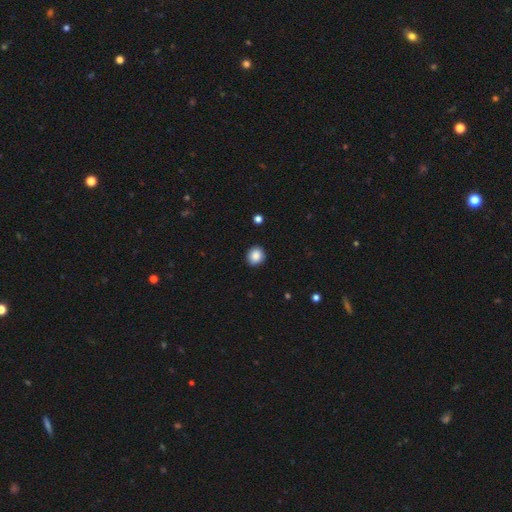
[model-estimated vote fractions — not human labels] Morphology: type=smooth (87%); roundness=round (83%); merging=none (91%).